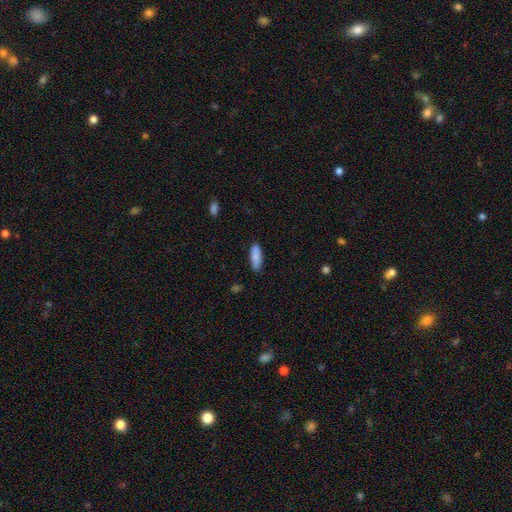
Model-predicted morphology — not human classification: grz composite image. It shows a smooth galaxy with no disk features (88%) that is in between round and cigar-shaped (62%). Merging: none (83%).